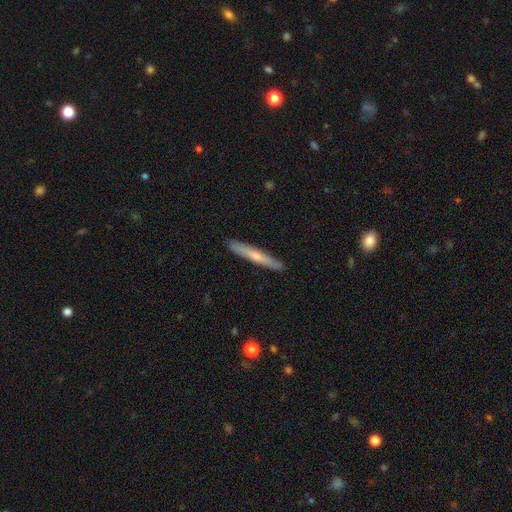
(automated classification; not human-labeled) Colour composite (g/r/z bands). It shows a smooth galaxy with no disk features (53%) that is cigar-shaped (95%). Merging: none (91%).